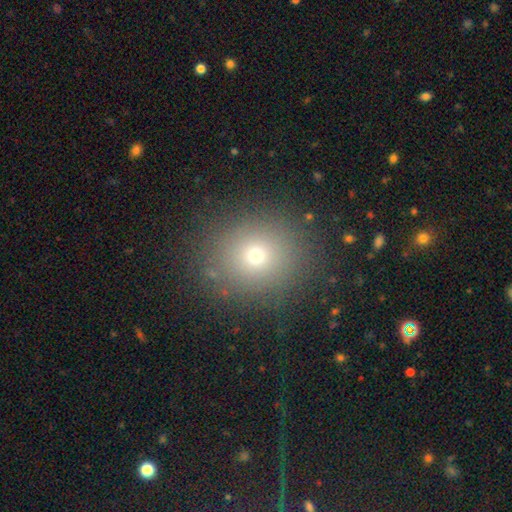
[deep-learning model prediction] A smooth galaxy with no disk features (68%) that is round (78%).

Vote fractions:
- Smooth or featured? smooth: 68% / star or artifact: 22% / featured or disk: 10%
- How rounded? round: 78% / in between: 21% / cigar-shaped: 1%
- Merging? none: 88% / minor disturbance: 7% / major disturbance: 3% / merger: 1%